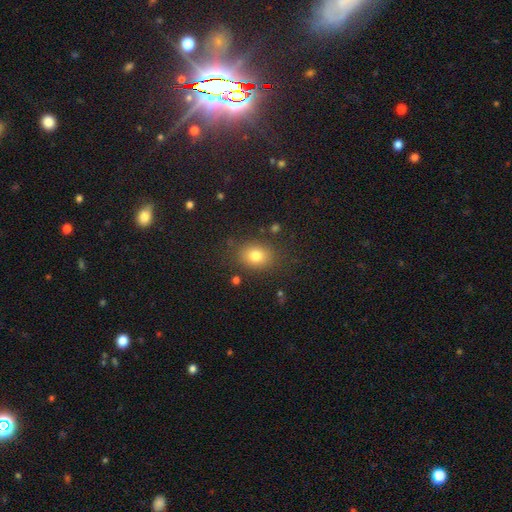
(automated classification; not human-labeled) Smooth or featured: smooth — 78% (star or artifact — 12%)
How rounded: in between — 61% (round — 38%)
Merging: none — 82% (minor disturbance — 12%)